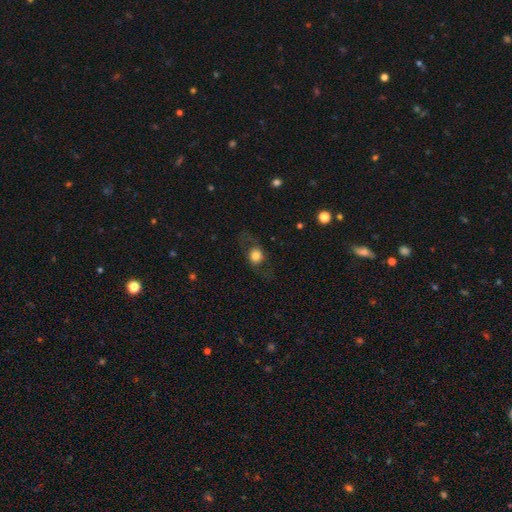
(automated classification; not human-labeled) Overall: smooth (56%; featured or disk 34%). How rounded: round (71%). Merging: none (66%).